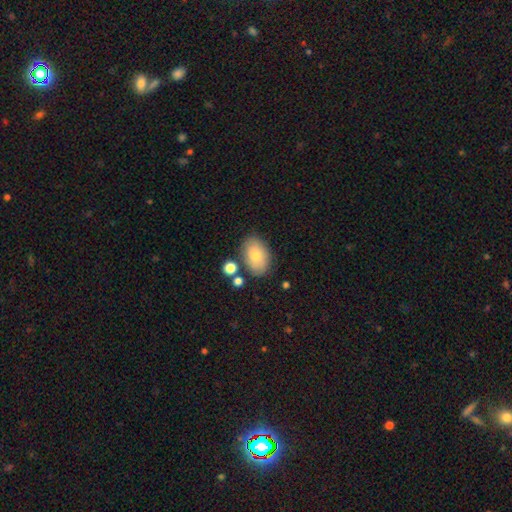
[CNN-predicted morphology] A smooth galaxy with no disk features (76%) that is in between round and cigar-shaped (87%). Merging: none (78%).